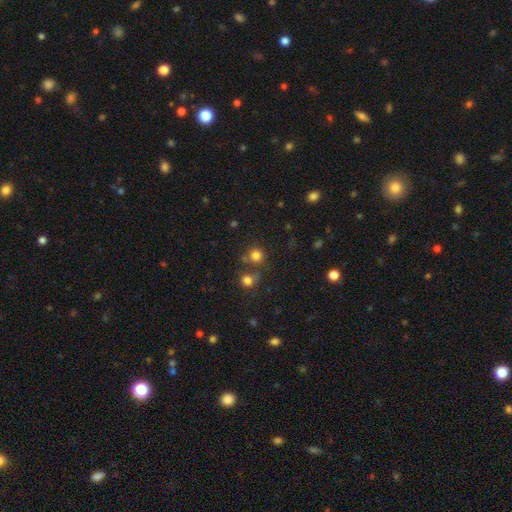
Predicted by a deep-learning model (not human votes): A smooth galaxy with no disk features (79%) that is round (90%). Merging: none (65%).